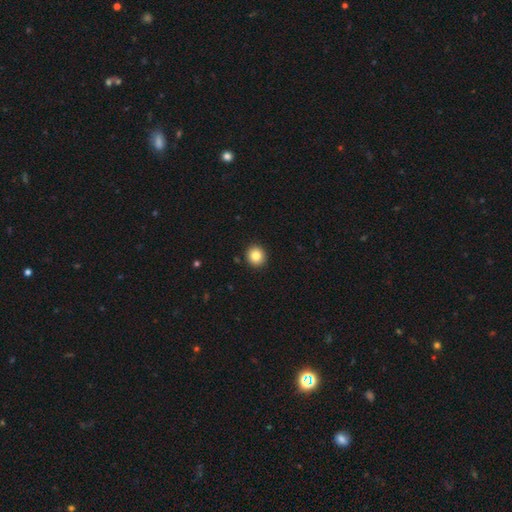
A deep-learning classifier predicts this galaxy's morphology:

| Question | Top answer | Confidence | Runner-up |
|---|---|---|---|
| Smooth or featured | smooth | 84% | star or artifact (10%) |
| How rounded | round | 87% | in between (12%) |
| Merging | none | 92% | minor disturbance (5%) |